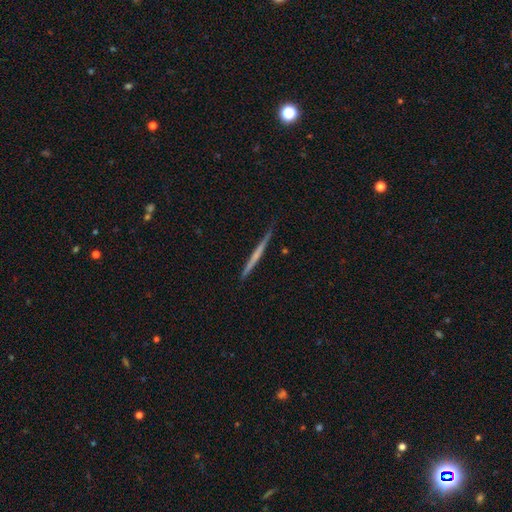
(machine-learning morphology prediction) Overall: featured or disk (56%; smooth 39%). Edge-on disk: yes (98%). Edge-on bulge: none (81%). Merging: none (89%).